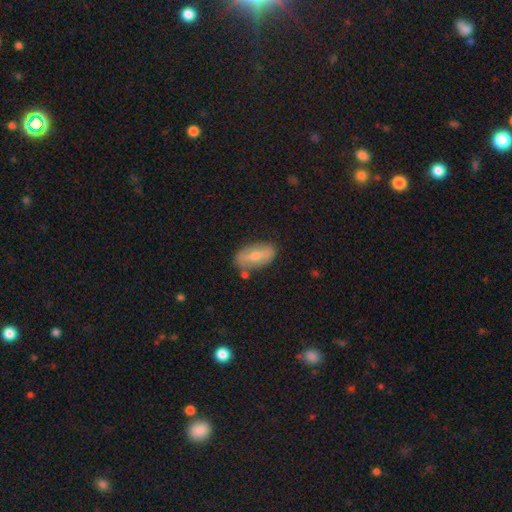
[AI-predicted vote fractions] Smooth or featured: smooth — 52% (featured or disk — 41%)
How rounded: in between — 89% (cigar-shaped — 7%)
Merging: none — 74% (minor disturbance — 17%)